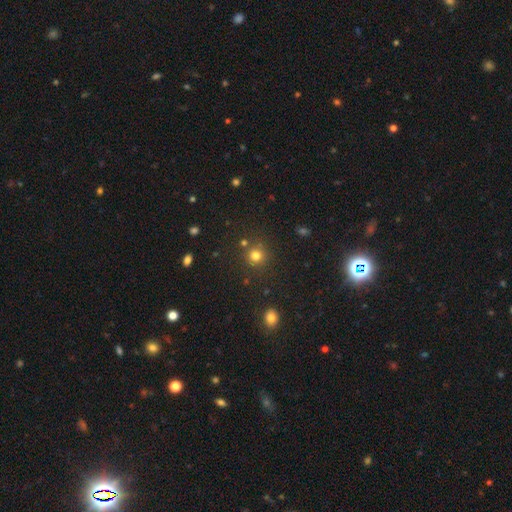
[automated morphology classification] smooth_or_featured: smooth (p=0.77) [alt: star or artifact p=0.17]
how_rounded: round (p=0.92) [alt: in between p=0.07]
merging: none (p=0.82) [alt: minor disturbance p=0.08]